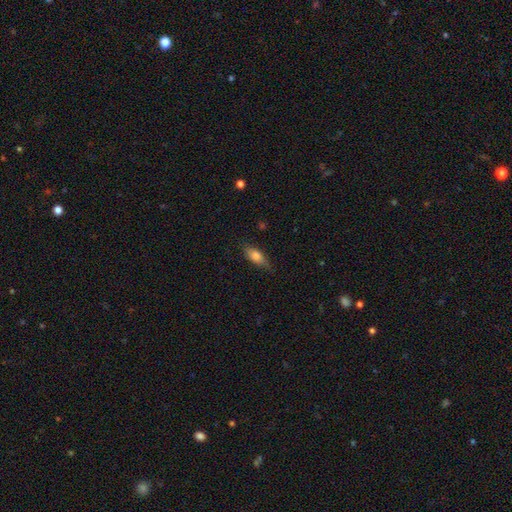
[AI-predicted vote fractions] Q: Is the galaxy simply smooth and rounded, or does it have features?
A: smooth — 76%.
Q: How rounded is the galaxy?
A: in between — 75%.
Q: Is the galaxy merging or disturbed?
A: none — 76%.